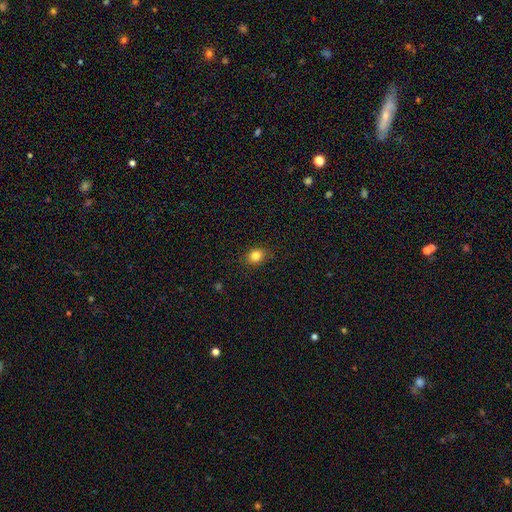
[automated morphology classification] A smooth galaxy with no disk features (82%) that is round (59%). Merging: none (87%).